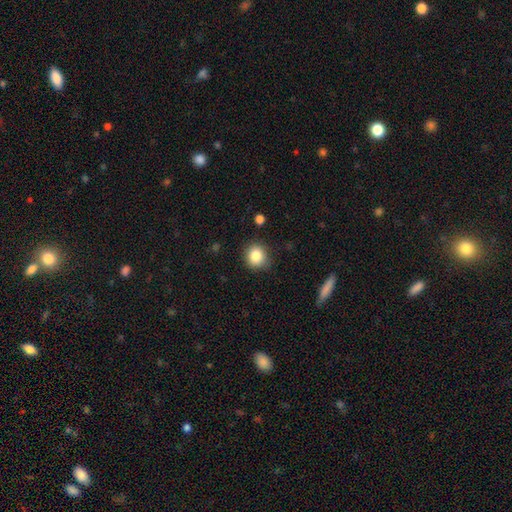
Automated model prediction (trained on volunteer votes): Smooth or featured? smooth (84%)
How rounded? round (84%)
Merging? none (84%)